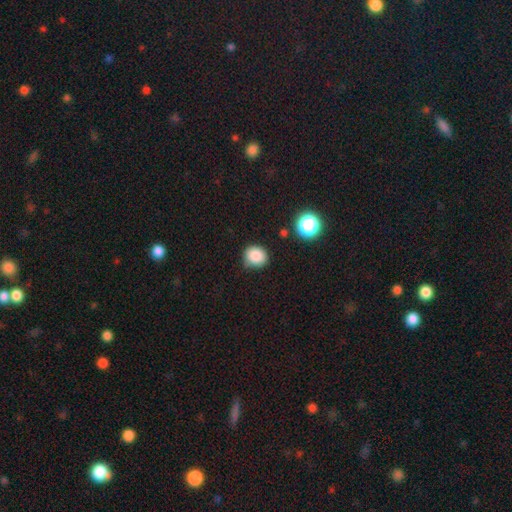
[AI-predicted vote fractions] A smooth galaxy with no disk features (85%) that is round (78%). Merging: none (75%).